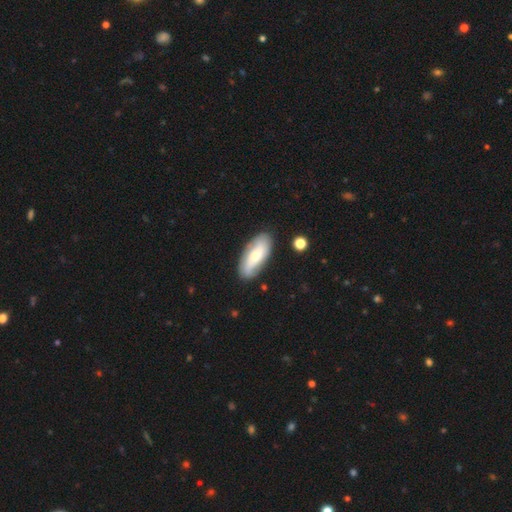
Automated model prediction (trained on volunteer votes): Smooth or featured: smooth — 55% (featured or disk — 39%)
How rounded: in between — 82% (cigar-shaped — 16%)
Merging: none — 82% (minor disturbance — 13%)